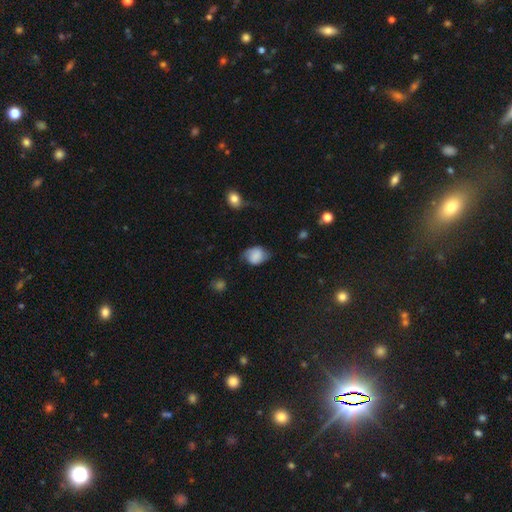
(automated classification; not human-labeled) smooth-or-featured: smooth: 65% | featured or disk: 25% | star or artifact: 9%
  how-rounded: in between: 57% | round: 42% | cigar-shaped: 1%
  merging: none: 54% | minor disturbance: 32% | major disturbance: 12% | merger: 2%